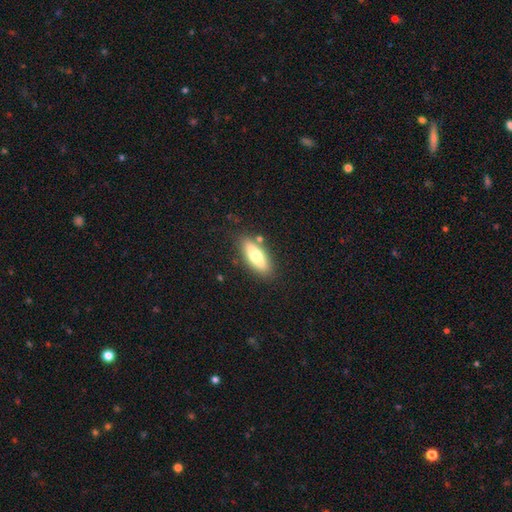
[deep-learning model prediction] This appears to be a smooth galaxy with no disk features (66%) that is in between round and cigar-shaped (64%). Merging: none (83%).